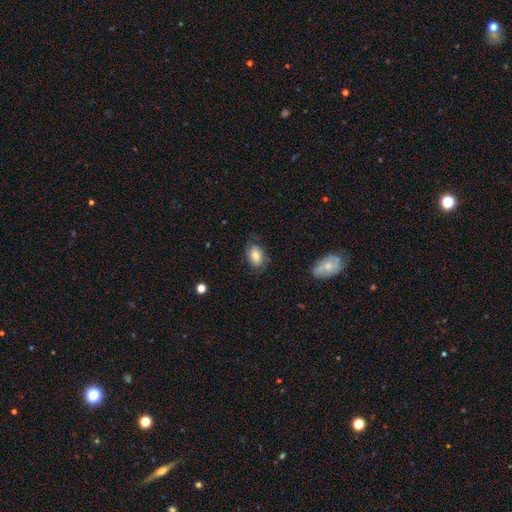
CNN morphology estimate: The model was most divided on "merging": none: 70%, minor disturbance: 21%, major disturbance: 8%, merger: 2%. More confident: how rounded — in between (85%); smooth or featured — smooth (73%).